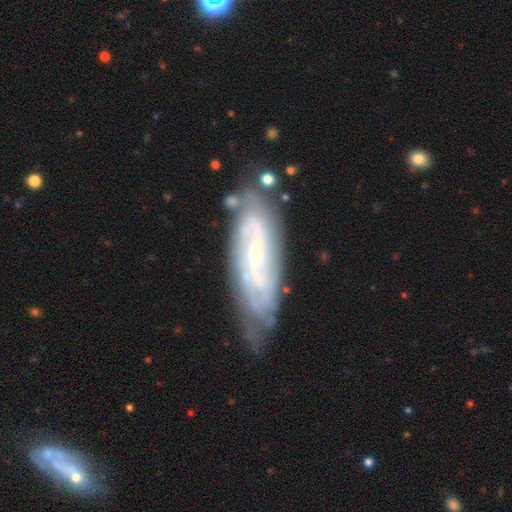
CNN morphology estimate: smooth_or_featured: featured or disk (p=0.77) [alt: smooth p=0.16]
disk_edge_on: no (p=0.86) [alt: yes p=0.14]
bar: no (p=0.50) [alt: weak p=0.39]
has_spiral_arms: yes (p=0.91) [alt: no p=0.09]
spiral_winding: tight (p=0.61) [alt: medium p=0.30]
spiral_arm_count: can't tell (p=0.46) [alt: 2 p=0.28]
bulge_size: small (p=0.66) [alt: moderate p=0.24]
merging: none (p=0.67) [alt: minor disturbance p=0.23]